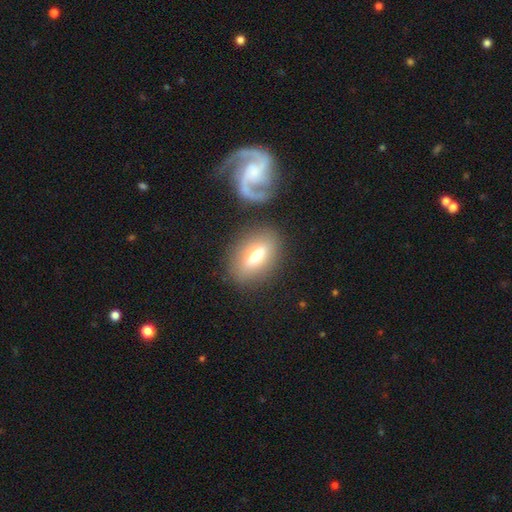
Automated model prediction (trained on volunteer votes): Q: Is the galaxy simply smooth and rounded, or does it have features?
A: smooth — 63%.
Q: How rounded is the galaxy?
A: in between — 82%.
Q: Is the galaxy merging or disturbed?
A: none — 75%.